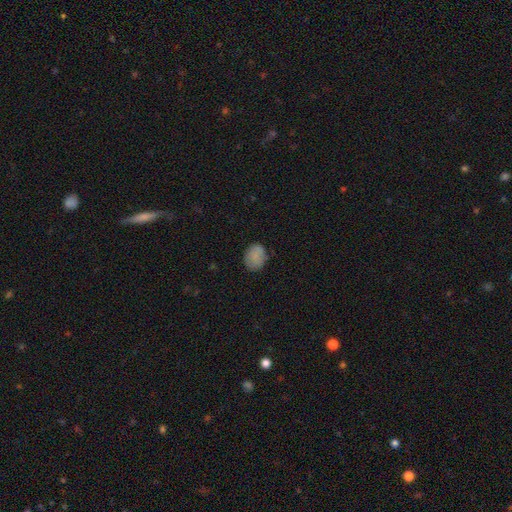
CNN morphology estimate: A smooth galaxy with no disk features (85%) that is in between round and cigar-shaped (55%).

Vote fractions:
- Smooth or featured? smooth: 85% / star or artifact: 8% / featured or disk: 7%
- How rounded? in between: 55% / round: 44% / cigar-shaped: 1%
- Merging? none: 79% / minor disturbance: 17% / major disturbance: 3% / merger: 1%